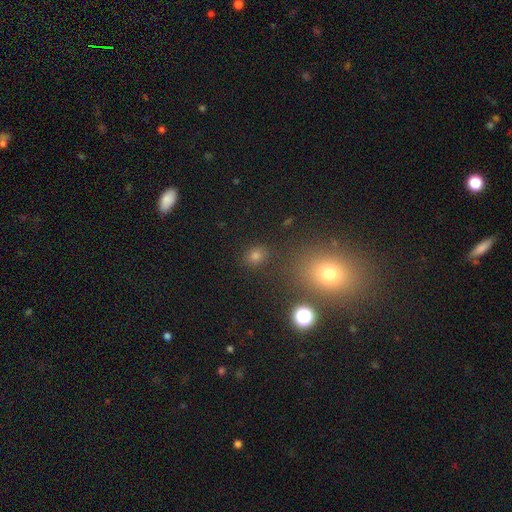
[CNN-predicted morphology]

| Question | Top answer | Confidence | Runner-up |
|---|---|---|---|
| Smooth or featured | smooth | 71% | star or artifact (22%) |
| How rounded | round | 65% | in between (33%) |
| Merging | none | 83% | minor disturbance (9%) |